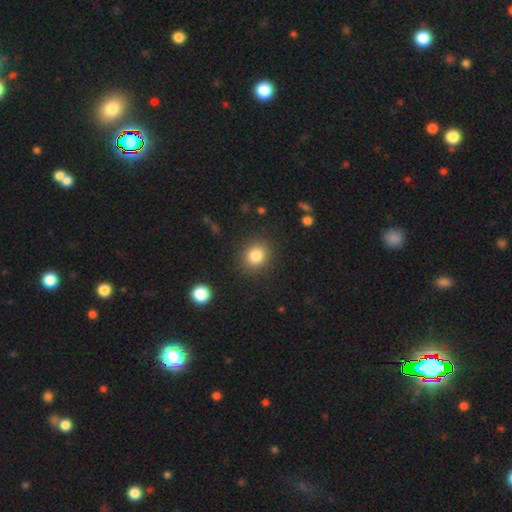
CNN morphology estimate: Q: Smooth or featured?
A: smooth (83%); runner-up: star or artifact (11%)
Q: How rounded?
A: round (77%); runner-up: in between (22%)
Q: Merging?
A: none (88%); runner-up: minor disturbance (7%)